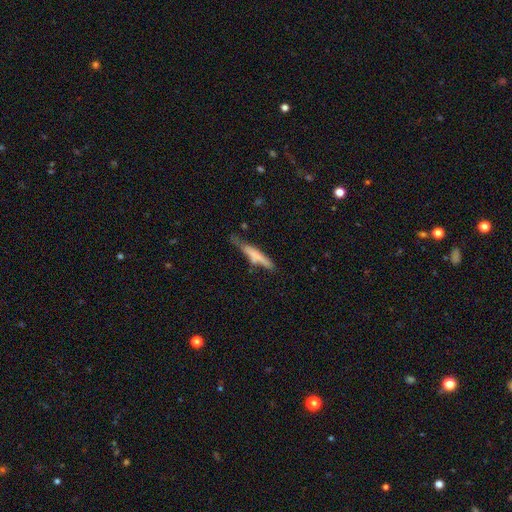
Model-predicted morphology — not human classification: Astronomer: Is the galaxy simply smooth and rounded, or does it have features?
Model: smooth — 58% (runner-up: featured or disk, 35%).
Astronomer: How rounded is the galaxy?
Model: cigar-shaped — 89%.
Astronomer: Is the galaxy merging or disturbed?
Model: none — 51% (runner-up: minor disturbance, 28%).